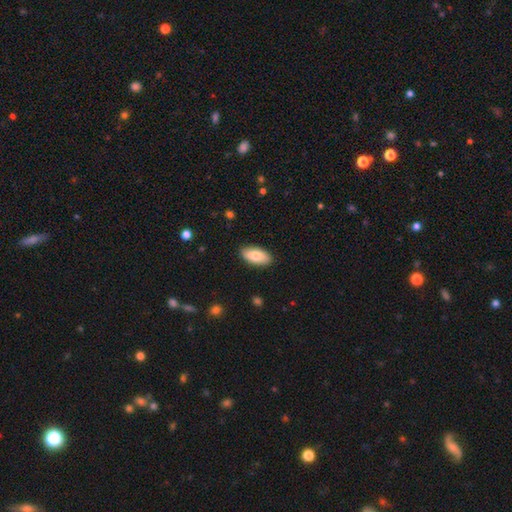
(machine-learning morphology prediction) smooth_or_featured: smooth (p=0.80) [alt: featured or disk p=0.14]
how_rounded: in between (p=0.91) [alt: cigar-shaped p=0.06]
merging: none (p=0.88) [alt: minor disturbance p=0.09]